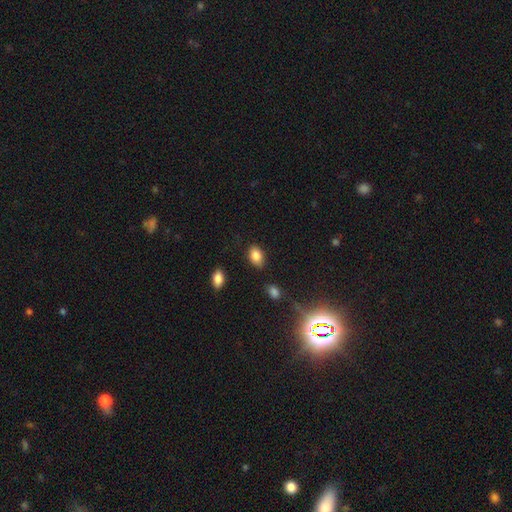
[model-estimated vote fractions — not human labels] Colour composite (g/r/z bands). It shows a smooth galaxy with no disk features (84%) that is in between round and cigar-shaped (83%). Merging: none (82%).